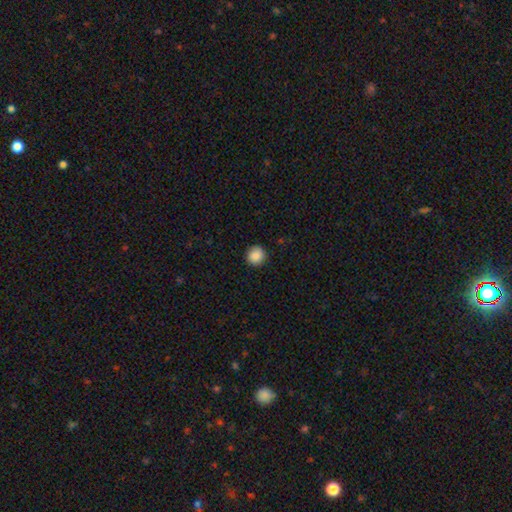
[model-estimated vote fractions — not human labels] A smooth galaxy with no disk features (88%) that is round (94%).

Vote fractions:
- Smooth or featured? smooth: 88% / star or artifact: 9% / featured or disk: 3%
- How rounded? round: 94% / in between: 5% / cigar-shaped: 1%
- Merging? none: 92% / minor disturbance: 6% / major disturbance: 2% / merger: 1%